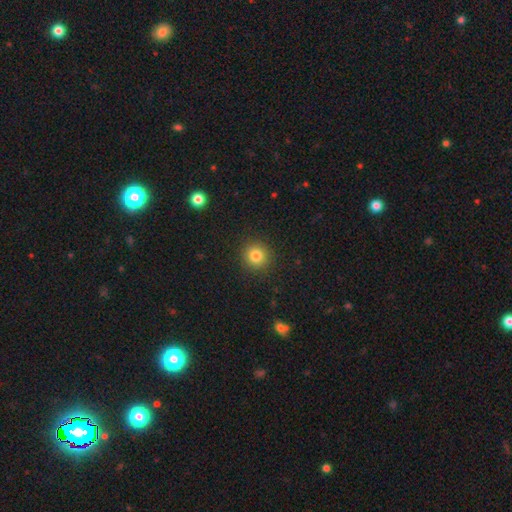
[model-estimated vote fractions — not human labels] smooth 82%, star or artifact 12%, featured or disk 7%. Down the decision tree: how rounded — round (93%); merging — none (91%).